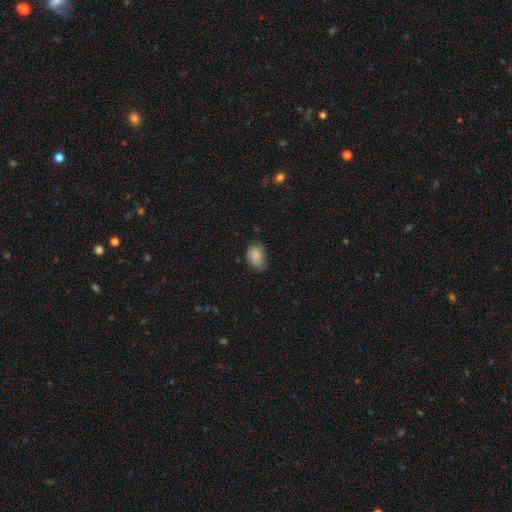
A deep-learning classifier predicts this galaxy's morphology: This is clearly a smooth galaxy (87%). How rounded: likely in between (77%). Merging: likely none (62%).